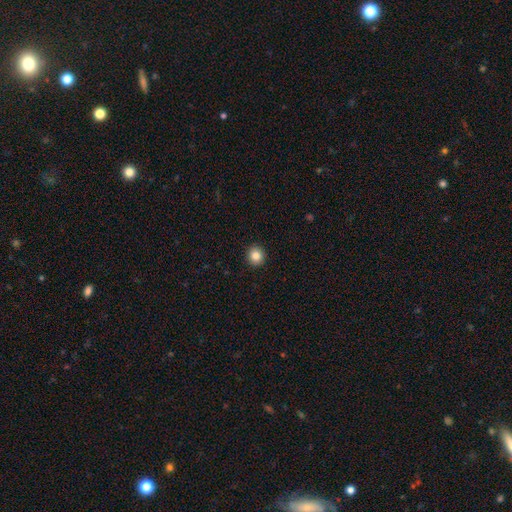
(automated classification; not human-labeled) A smooth galaxy with no disk features (85%) that is round (89%).

Vote fractions:
- Smooth or featured? smooth: 85% / star or artifact: 10% / featured or disk: 5%
- How rounded? round: 89% / in between: 10% / cigar-shaped: 1%
- Merging? none: 93% / minor disturbance: 5% / major disturbance: 2% / merger: 1%